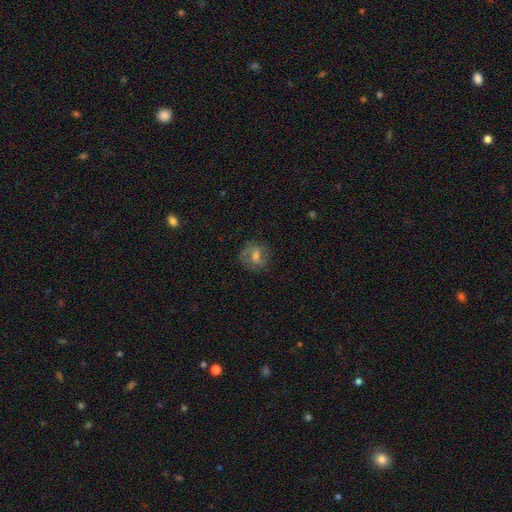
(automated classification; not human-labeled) The model was most divided on "smooth or featured": smooth: 43%, featured or disk: 42%, star or artifact: 14%. More confident: merging — none (72%).